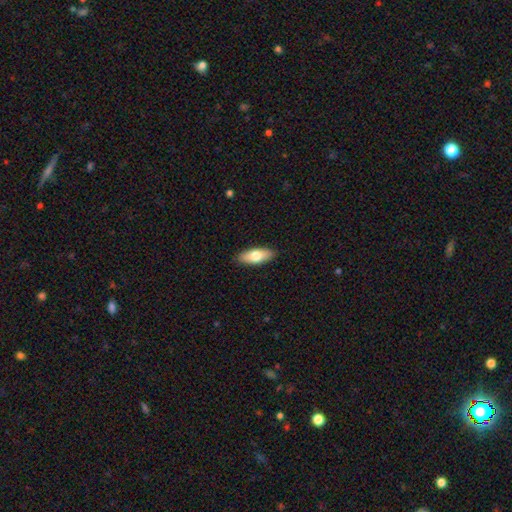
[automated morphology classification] Overall: smooth (72%). How rounded: in between (78%). Merging: none (89%).